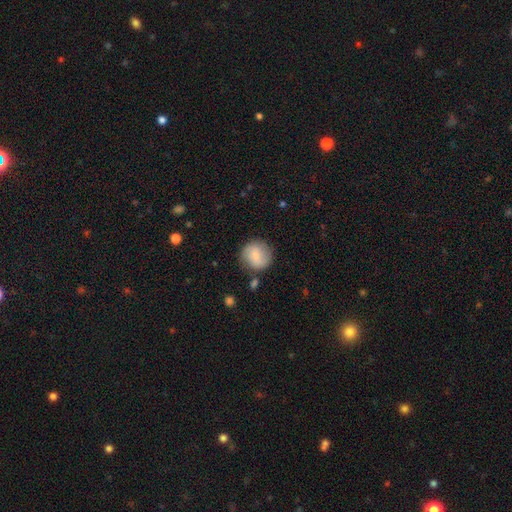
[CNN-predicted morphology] A smooth galaxy with no disk features (67%) that is round (91%).

Vote fractions:
- Smooth or featured? smooth: 67% / featured or disk: 25% / star or artifact: 7%
- How rounded? round: 91% / in between: 8% / cigar-shaped: 1%
- Merging? none: 79% / minor disturbance: 14% / major disturbance: 4% / merger: 3%